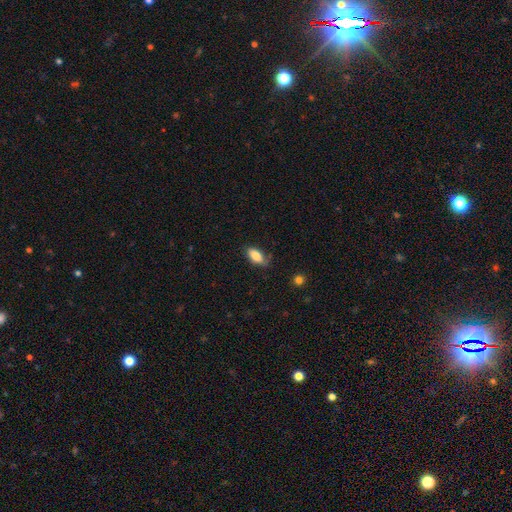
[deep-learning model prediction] Smooth or featured: smooth — 83% (featured or disk — 10%)
How rounded: in between — 88% (cigar-shaped — 9%)
Merging: none — 68% (minor disturbance — 24%)